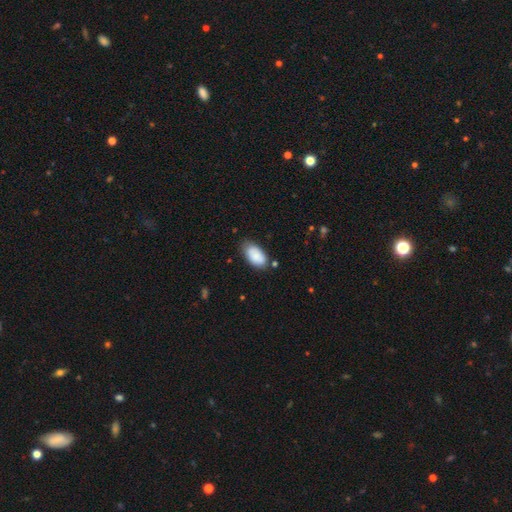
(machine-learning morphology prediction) A smooth galaxy with no disk features (87%) that is in between round and cigar-shaped (95%).

Vote fractions:
- Smooth or featured? smooth: 87% / featured or disk: 7% / star or artifact: 7%
- How rounded? in between: 95% / round: 3% / cigar-shaped: 2%
- Merging? none: 69% / minor disturbance: 23% / major disturbance: 4% / merger: 3%